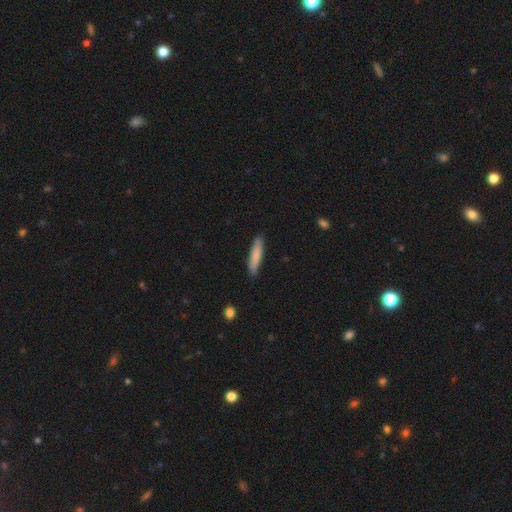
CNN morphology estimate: Smooth or featured: smooth — 82% (featured or disk — 13%)
How rounded: cigar-shaped — 86% (in between — 13%)
Merging: none — 87% (minor disturbance — 10%)